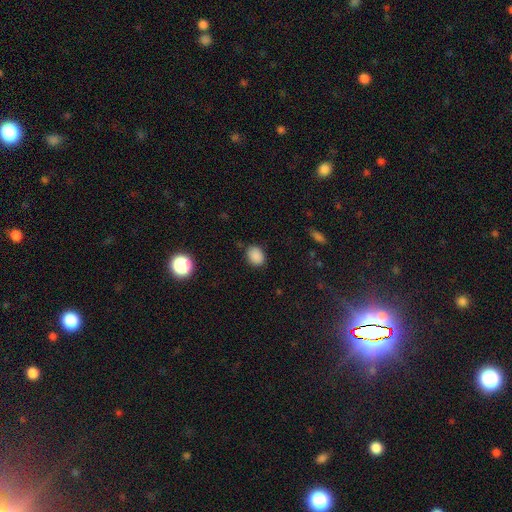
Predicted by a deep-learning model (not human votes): This is clearly a smooth galaxy (86%). How rounded: likely in between (63%). Merging: clearly none (82%).